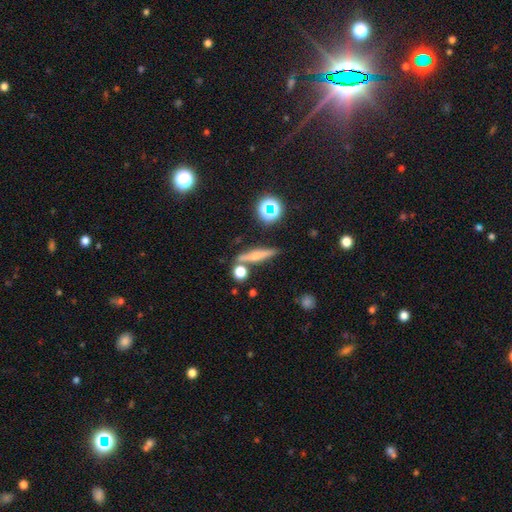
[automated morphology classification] smooth-or-featured: smooth: 50% | featured or disk: 38% | star or artifact: 12%
  merging: none: 79% | minor disturbance: 10% | merger: 8% | major disturbance: 3%